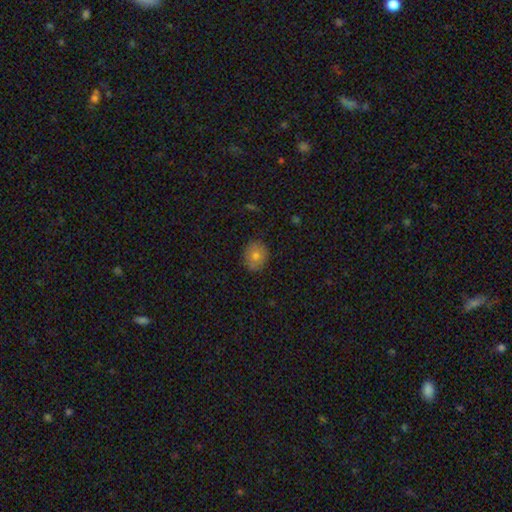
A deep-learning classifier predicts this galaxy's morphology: Smooth or featured? smooth (72%)
How rounded? round (70%)
Merging? none (86%)